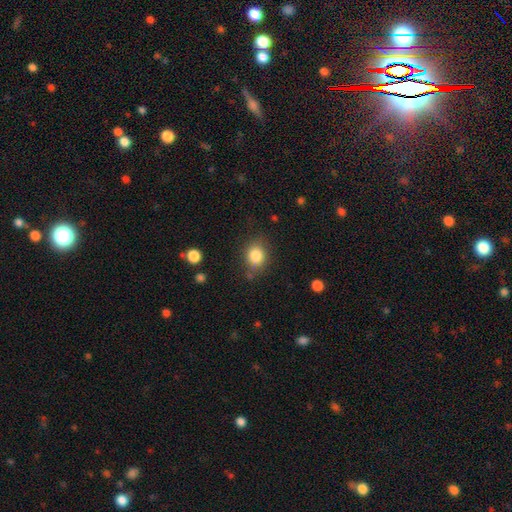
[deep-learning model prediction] Smooth or featured: smooth — 84% (star or artifact — 10%)
How rounded: round — 58% (in between — 41%)
Merging: none — 73% (minor disturbance — 18%)